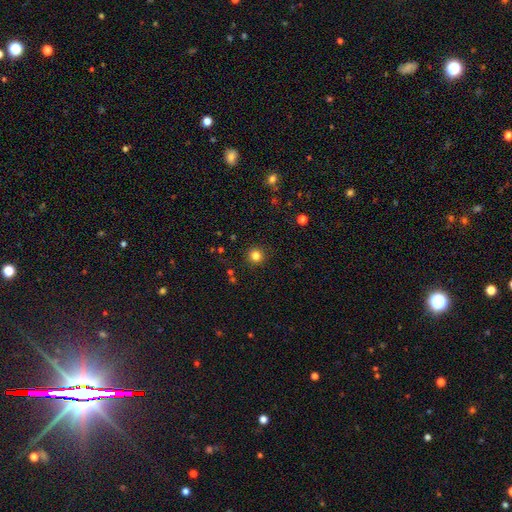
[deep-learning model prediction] Smooth or featured?
  - smooth: 82% *
  - star or artifact: 13%
  - featured or disk: 5%
How rounded?
  - round: 95% *
  - in between: 4%
  - cigar-shaped: 1%
Merging?
  - none: 91% *
  - minor disturbance: 6%
  - major disturbance: 2%
  - merger: 1%